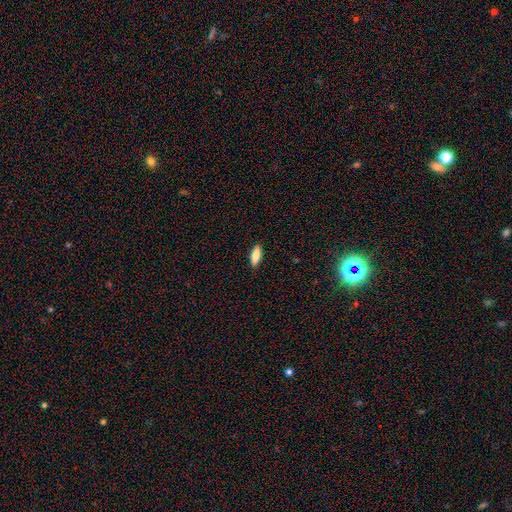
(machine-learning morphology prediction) A smooth galaxy with no disk features (84%) that is in between round and cigar-shaped (65%). Merging: none (89%).